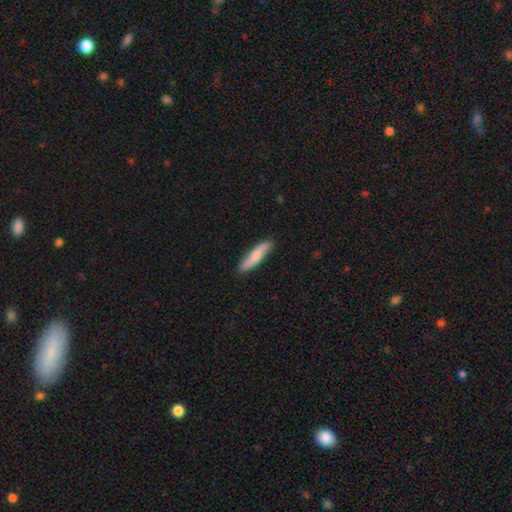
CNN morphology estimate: smooth-or-featured: smooth: 70% | featured or disk: 25% | star or artifact: 5%
  how-rounded: cigar-shaped: 84% | in between: 14% | round: 2%
  merging: none: 87% | minor disturbance: 11% | major disturbance: 2% | merger: 1%